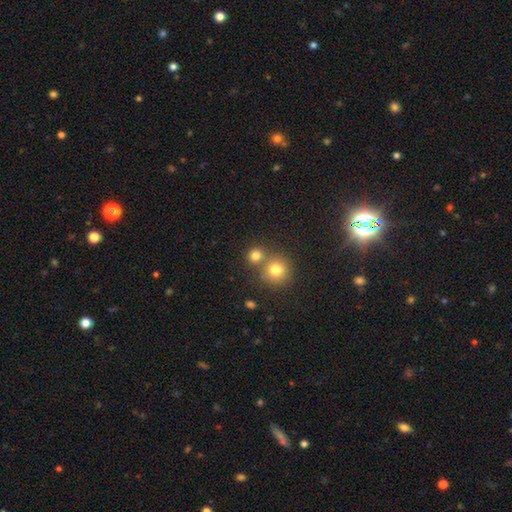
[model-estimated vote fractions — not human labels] smooth-or-featured: smooth: 79% | star or artifact: 13% | featured or disk: 8%
  how-rounded: round: 86% | in between: 13% | cigar-shaped: 1%
  merging: none: 59% | merger: 31% | minor disturbance: 7% | major disturbance: 3%